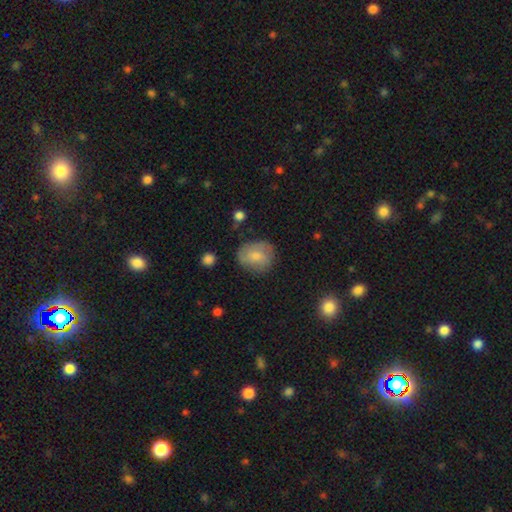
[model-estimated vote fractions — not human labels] Smooth or featured? smooth (68%)
How rounded? round (67%)
Merging? none (72%)